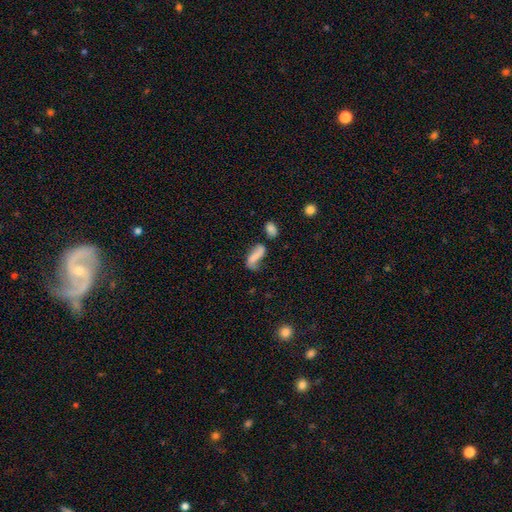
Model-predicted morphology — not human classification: smooth-or-featured: featured or disk: 46% | smooth: 44% | star or artifact: 10%
  merging: none: 47% | minor disturbance: 25% | major disturbance: 16% | merger: 13%